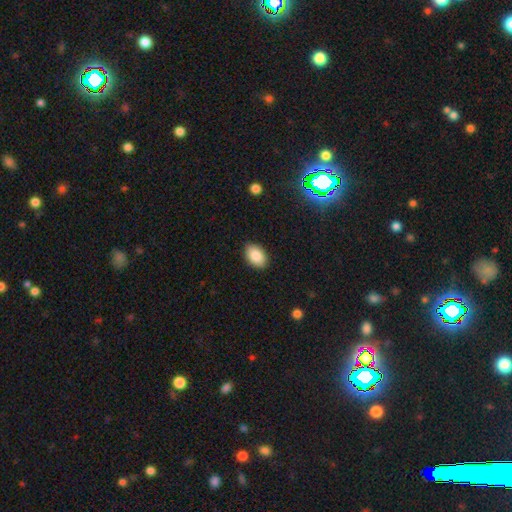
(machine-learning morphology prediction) A smooth galaxy with no disk features (87%) that is in between round and cigar-shaped (89%).

Vote fractions:
- Smooth or featured? smooth: 87% / star or artifact: 8% / featured or disk: 5%
- How rounded? in between: 89% / round: 10% / cigar-shaped: 1%
- Merging? none: 89% / minor disturbance: 8% / major disturbance: 2% / merger: 1%